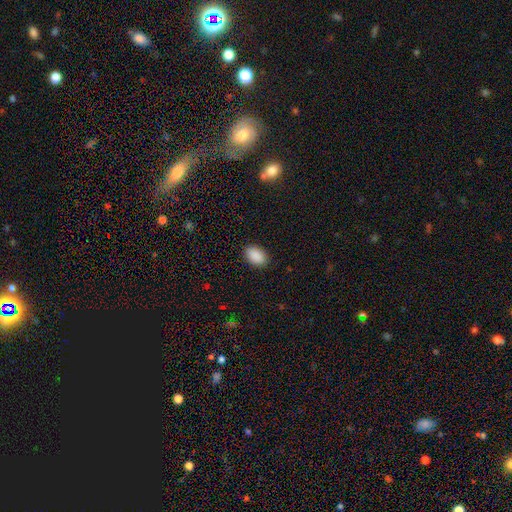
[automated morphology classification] smooth-or-featured: smooth: 91% | star or artifact: 7% | featured or disk: 3%
  how-rounded: in between: 90% | round: 9% | cigar-shaped: 1%
  merging: none: 89% | minor disturbance: 8% | major disturbance: 2% | merger: 1%